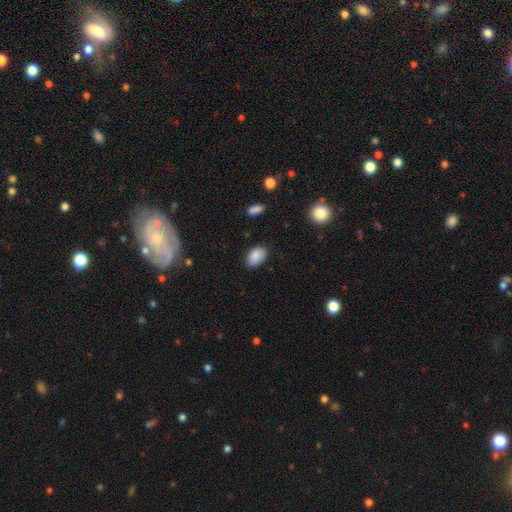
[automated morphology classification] Smooth or featured: smooth — 86% (star or artifact — 8%)
How rounded: in between — 87% (round — 12%)
Merging: none — 84% (minor disturbance — 12%)